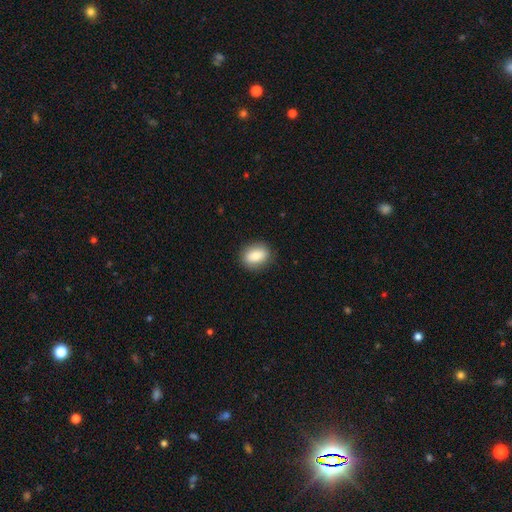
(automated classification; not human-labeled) Smooth or featured? smooth (81%)
How rounded? in between (68%)
Merging? none (86%)